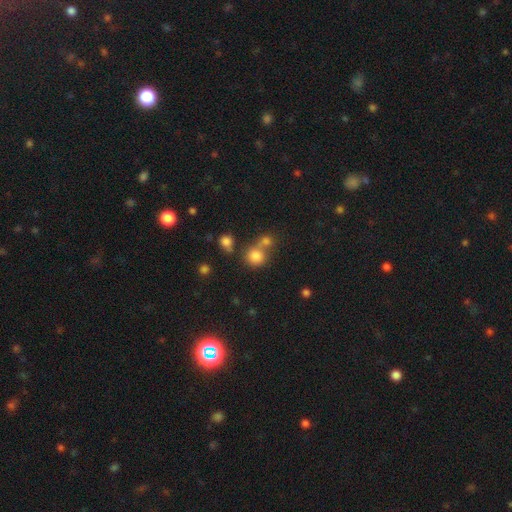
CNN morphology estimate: Q: Smooth or featured?
A: smooth (80%); runner-up: star or artifact (13%)
Q: How rounded?
A: round (85%); runner-up: in between (14%)
Q: Merging?
A: none (52%); runner-up: merger (34%)